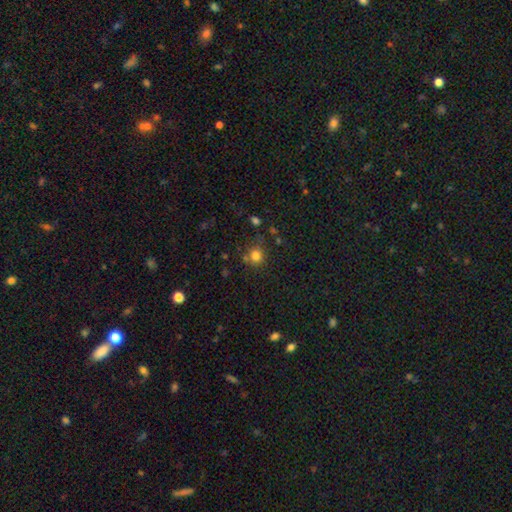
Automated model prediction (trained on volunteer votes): A smooth galaxy with no disk features (80%) that is round (88%).

Vote fractions:
- Smooth or featured? smooth: 80% / star or artifact: 14% / featured or disk: 6%
- How rounded? round: 88% / in between: 11% / cigar-shaped: 1%
- Merging? none: 71% / minor disturbance: 15% / merger: 9% / major disturbance: 5%